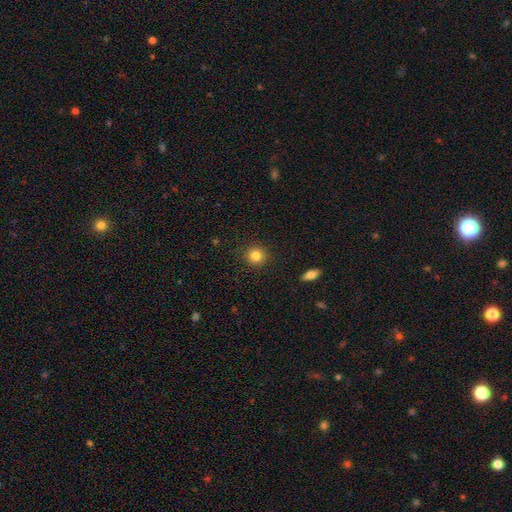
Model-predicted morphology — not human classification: smooth 84%, star or artifact 11%, featured or disk 5%. Down the decision tree: how rounded — round (92%); merging — none (91%).